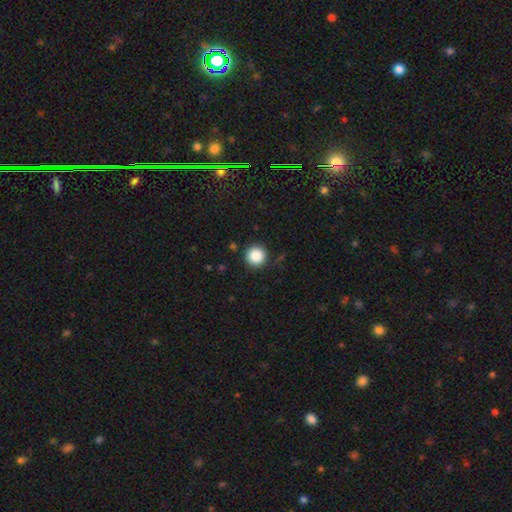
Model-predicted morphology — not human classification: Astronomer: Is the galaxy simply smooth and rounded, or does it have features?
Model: smooth — 87%.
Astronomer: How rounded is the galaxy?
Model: round — 96%.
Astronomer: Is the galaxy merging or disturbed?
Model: none — 90%.